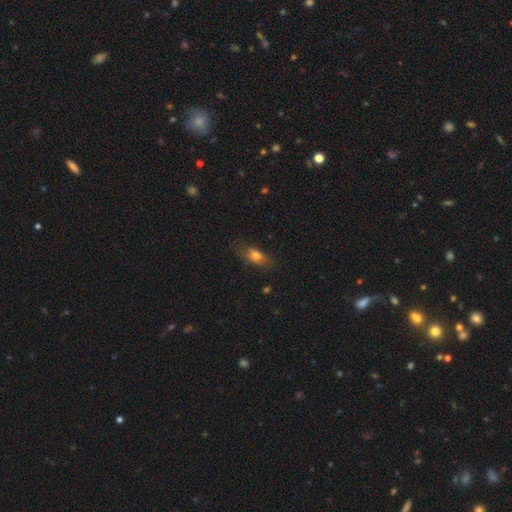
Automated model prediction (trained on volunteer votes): Smooth or featured?
  - smooth: 67% *
  - featured or disk: 23%
  - star or artifact: 10%
How rounded?
  - in between: 71% *
  - cigar-shaped: 22%
  - round: 7%
Merging?
  - none: 70% *
  - minor disturbance: 21%
  - major disturbance: 7%
  - merger: 2%